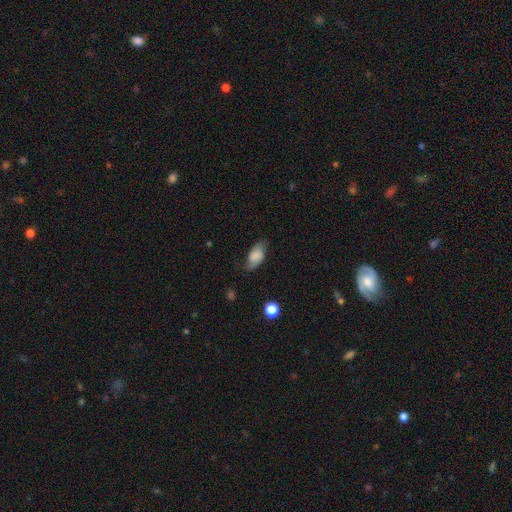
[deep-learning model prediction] smooth_or_featured: smooth (p=0.71) [alt: featured or disk p=0.20]
how_rounded: in between (p=0.91) [alt: round p=0.05]
merging: none (p=0.68) [alt: minor disturbance p=0.24]